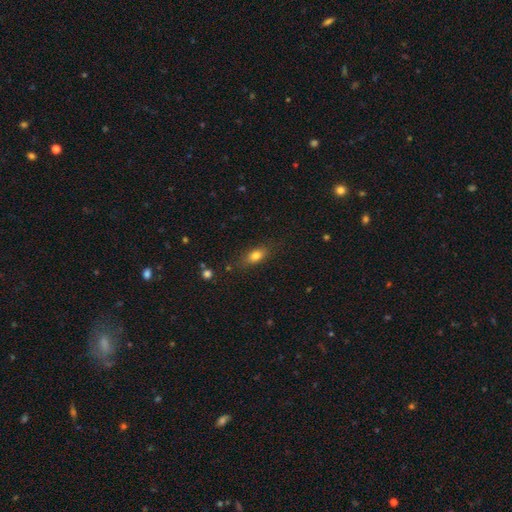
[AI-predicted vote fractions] This appears to be a smooth galaxy with no disk features (78%) that is in between round and cigar-shaped (77%). Merging: none (76%).